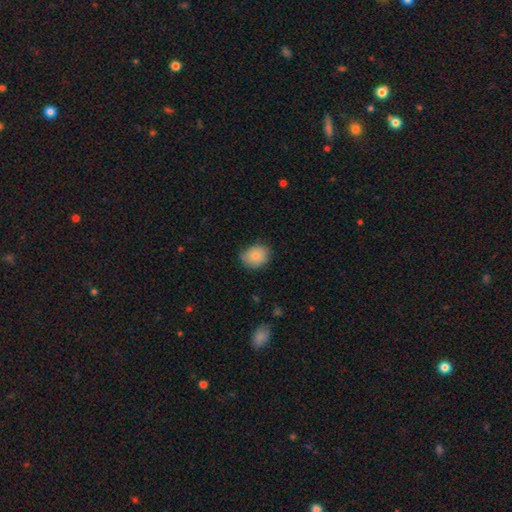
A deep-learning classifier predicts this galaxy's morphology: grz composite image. It shows a smooth galaxy with no disk features (81%) that is in between round and cigar-shaped (55%). Merging: none (70%).